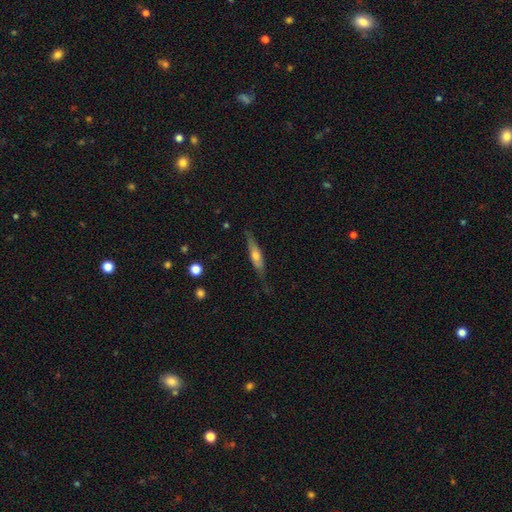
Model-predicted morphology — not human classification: smooth_or_featured: featured or disk (p=0.48) [alt: smooth p=0.46]
merging: none (p=0.72) [alt: minor disturbance p=0.21]